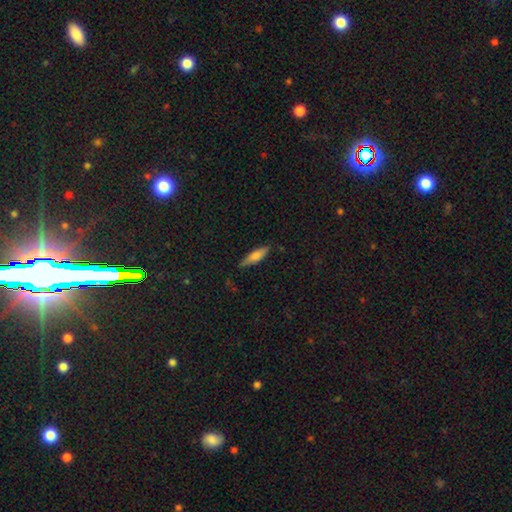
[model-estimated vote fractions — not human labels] A smooth galaxy with no disk features (70%) that is cigar-shaped (65%).

Vote fractions:
- Smooth or featured? smooth: 70% / featured or disk: 23% / star or artifact: 7%
- How rounded? cigar-shaped: 65% / in between: 33% / round: 2%
- Merging? none: 80% / minor disturbance: 16% / major disturbance: 3% / merger: 1%